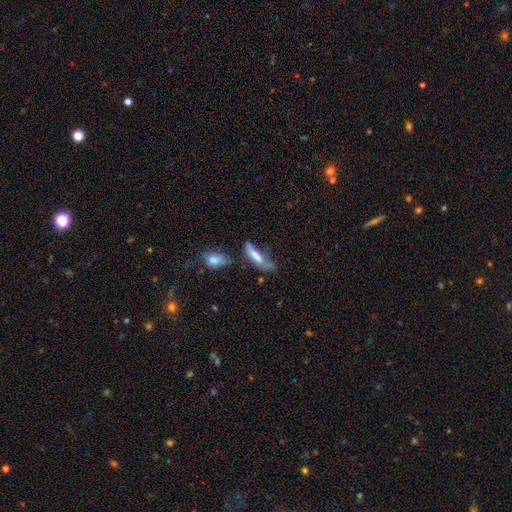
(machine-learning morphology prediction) smooth-or-featured: smooth: 62% | featured or disk: 30% | star or artifact: 8%
  how-rounded: cigar-shaped: 62% | in between: 36% | round: 2%
  merging: none: 38% | minor disturbance: 30% | major disturbance: 20% | merger: 12%